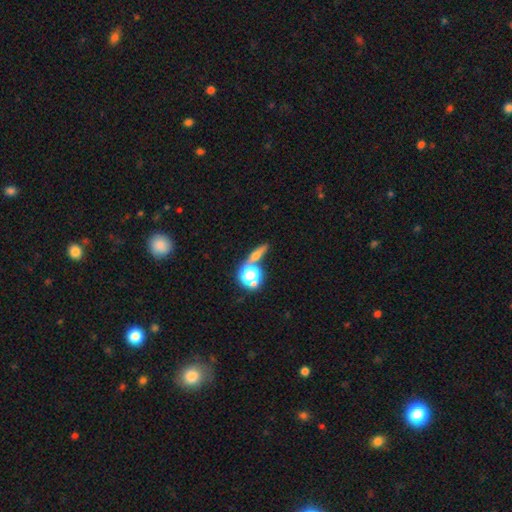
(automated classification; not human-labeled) A smooth galaxy with no disk features (46%). Merging: none (62%).